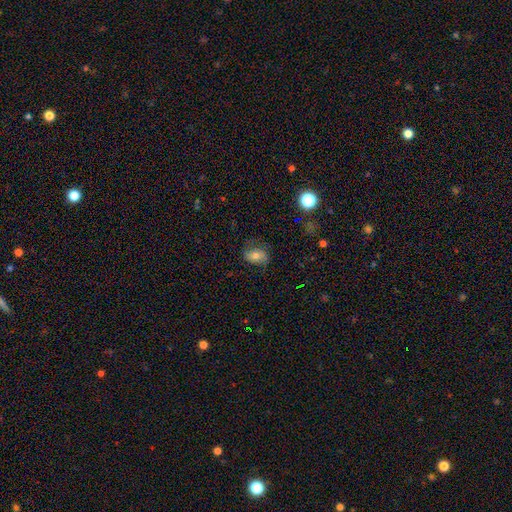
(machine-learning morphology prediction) smooth_or_featured: smooth (p=0.57) [alt: featured or disk p=0.32]
how_rounded: in between (p=0.69) [alt: round p=0.30]
merging: none (p=0.68) [alt: minor disturbance p=0.21]